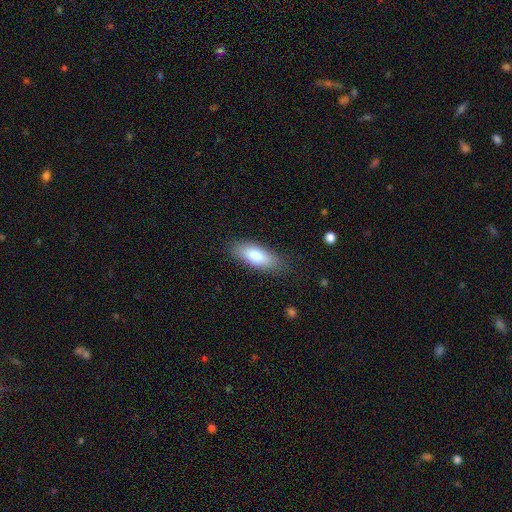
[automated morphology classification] A smooth galaxy with no disk features (79%) that is in between round and cigar-shaped (76%).

Vote fractions:
- Smooth or featured? smooth: 79% / featured or disk: 14% / star or artifact: 6%
- How rounded? in between: 76% / cigar-shaped: 22% / round: 2%
- Merging? none: 82% / minor disturbance: 13% / major disturbance: 3% / merger: 1%